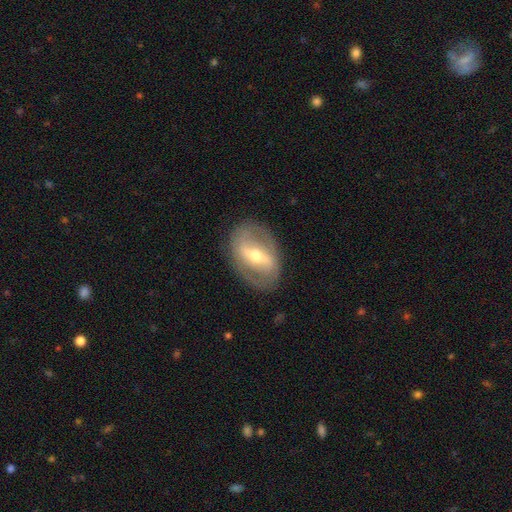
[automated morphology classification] Smooth or featured?
  - featured or disk: 74% *
  - smooth: 20%
  - star or artifact: 6%
Edge-on disk?
  - no: 91% *
  - yes: 9%
Bar?
  - strong: 62% *
  - weak: 28%
  - no: 10%
Spiral arms?
  - yes: 55% *
  - no: 45%
Bulge size?
  - moderate: 64% *
  - small: 28%
  - large: 6%
  - none: 1%
  - dominant: 1%
Merging?
  - none: 81% *
  - minor disturbance: 12%
  - major disturbance: 6%
  - merger: 1%